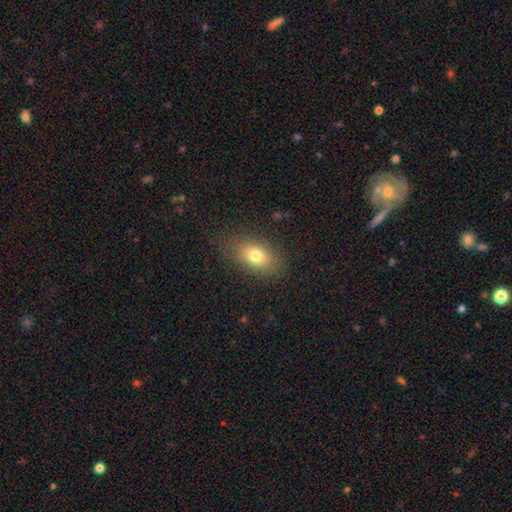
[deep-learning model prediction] Smooth or featured? Predicted: smooth (p=0.76). How rounded? Predicted: in between (p=0.82). Merging? Predicted: none (p=0.81).